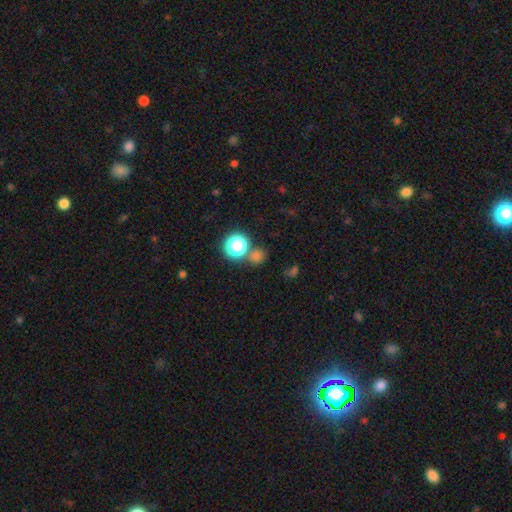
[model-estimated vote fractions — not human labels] A smooth galaxy with no disk features (59%) that is round (85%).

Vote fractions:
- Smooth or featured? smooth: 59% / star or artifact: 35% / featured or disk: 6%
- How rounded? round: 85% / in between: 14% / cigar-shaped: 1%
- Merging? none: 71% / merger: 16% / minor disturbance: 9% / major disturbance: 4%